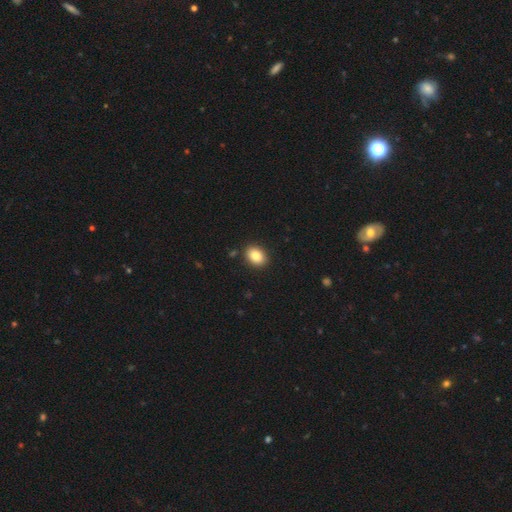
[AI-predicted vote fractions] Smooth or featured: smooth — 85% (star or artifact — 8%)
How rounded: in between — 72% (round — 27%)
Merging: none — 90% (minor disturbance — 7%)